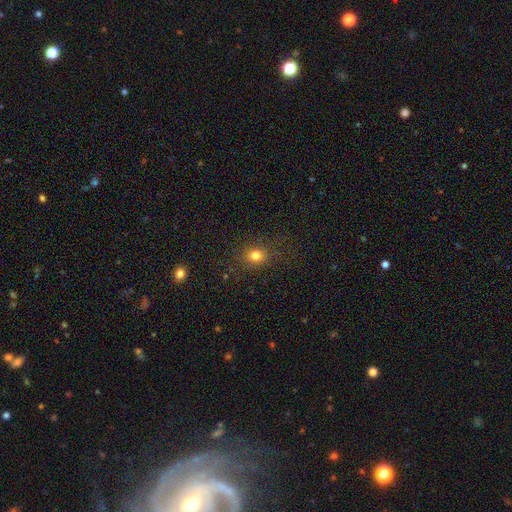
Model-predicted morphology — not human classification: Smooth or featured? smooth (79%)
How rounded? round (75%)
Merging? none (84%)